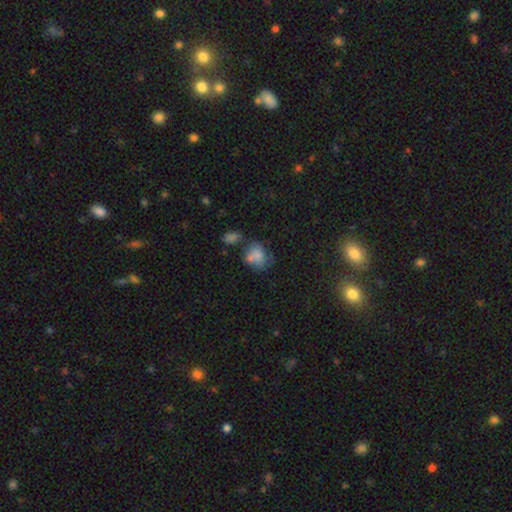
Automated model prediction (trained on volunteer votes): Smooth or featured?
  - smooth: 70% *
  - featured or disk: 20%
  - star or artifact: 10%
How rounded?
  - in between: 53% *
  - round: 46%
  - cigar-shaped: 1%
Merging?
  - merger: 38% *
  - none: 30%
  - minor disturbance: 19%
  - major disturbance: 13%